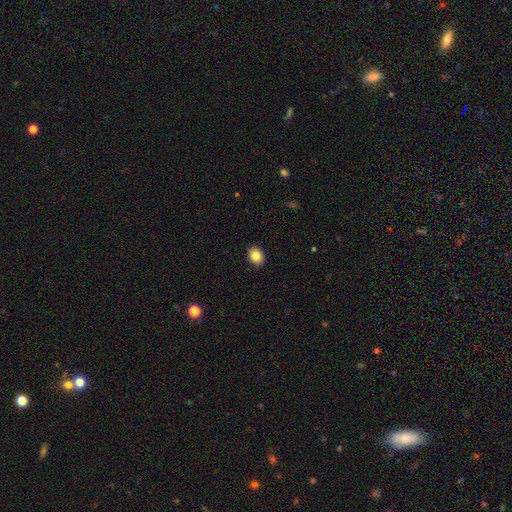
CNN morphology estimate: type=smooth (83%); roundness=in between (66%); merging=none (89%).